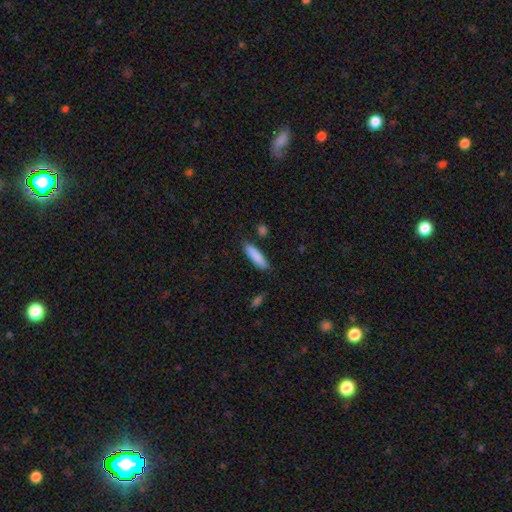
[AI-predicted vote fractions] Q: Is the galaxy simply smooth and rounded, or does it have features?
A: smooth — 86%.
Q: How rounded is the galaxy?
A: cigar-shaped — 71%.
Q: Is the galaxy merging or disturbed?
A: none — 86%.